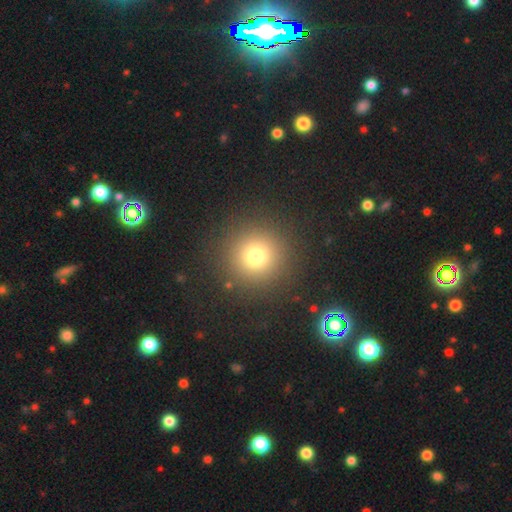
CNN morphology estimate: A smooth galaxy with no disk features (74%) that is round (95%).

Vote fractions:
- Smooth or featured? smooth: 74% / star or artifact: 18% / featured or disk: 8%
- How rounded? round: 95% / in between: 4% / cigar-shaped: 1%
- Merging? none: 89% / minor disturbance: 6% / major disturbance: 4% / merger: 1%